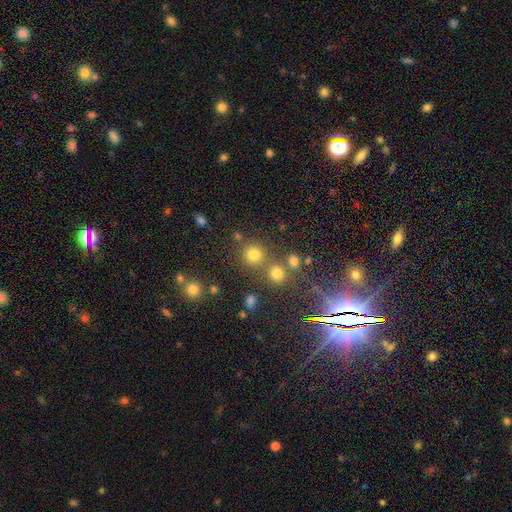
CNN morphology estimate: The model was most divided on "smooth or featured": star or artifact: 56%, smooth: 35%, featured or disk: 9%.